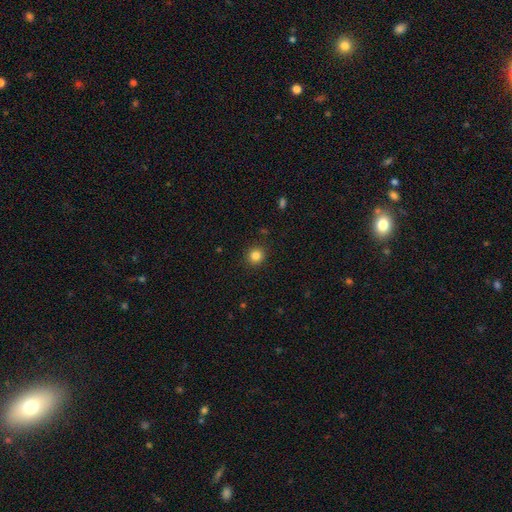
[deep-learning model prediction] smooth_or_featured: smooth (p=0.84) [alt: star or artifact p=0.12]
how_rounded: round (p=0.92) [alt: in between p=0.07]
merging: none (p=0.91) [alt: minor disturbance p=0.06]